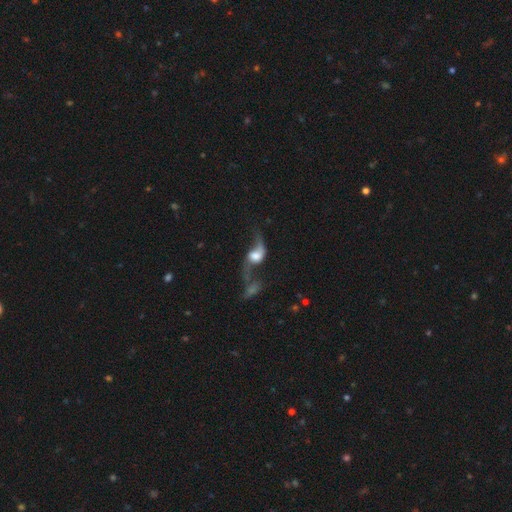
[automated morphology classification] The model was most divided on "bulge size": large: 37%, moderate: 36%, small: 13%, none: 8%, dominant: 7%. Remaining: edge-on disk — no (93%); spiral winding — loose (91%); spiral arms — yes (90%); spiral arm count — 2 (89%); smooth or featured — featured or disk (77%); bar — no (51%); merging — none (37%).